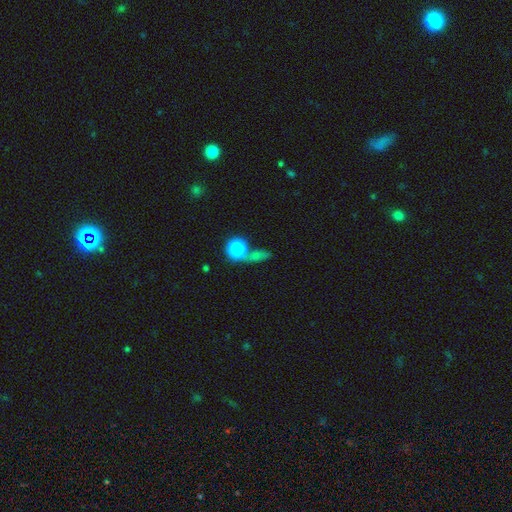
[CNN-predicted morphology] type=smooth (56%); roundness=round (49%); merging=none (51%).